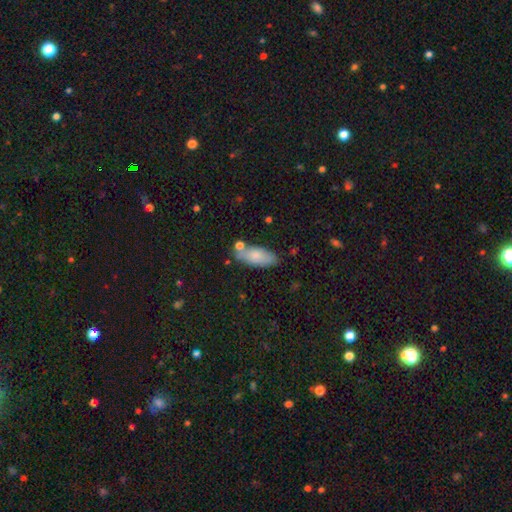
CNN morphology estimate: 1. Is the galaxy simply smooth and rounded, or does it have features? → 78% smooth, 14% featured or disk, 7% star or artifact.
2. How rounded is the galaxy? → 80% in between, 17% cigar-shaped, 3% round.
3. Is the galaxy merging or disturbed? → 69% none, 17% minor disturbance, 10% merger, 4% major disturbance.